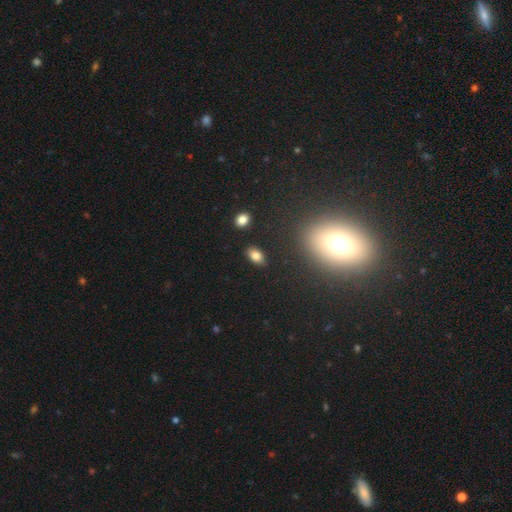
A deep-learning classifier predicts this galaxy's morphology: Smooth or featured? smooth (81%)
How rounded? in between (88%)
Merging? none (86%)